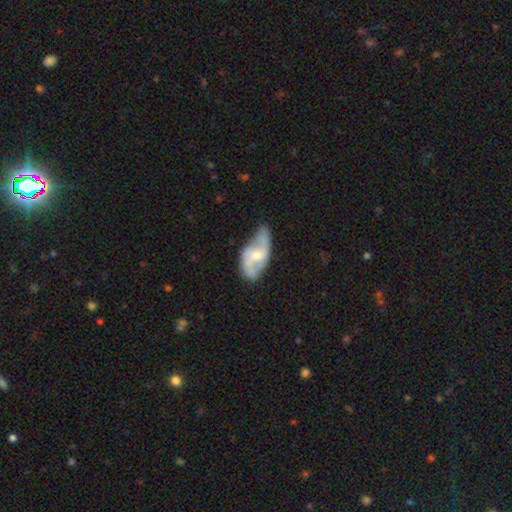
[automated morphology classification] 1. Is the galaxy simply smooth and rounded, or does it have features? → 71% featured or disk, 24% smooth, 6% star or artifact.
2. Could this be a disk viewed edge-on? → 95% no, 5% yes.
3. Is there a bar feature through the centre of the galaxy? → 46% weak, 41% no, 13% strong.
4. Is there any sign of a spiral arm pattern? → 87% yes, 13% no.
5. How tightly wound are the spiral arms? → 54% loose, 35% medium, 11% tight.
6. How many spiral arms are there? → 84% 2, 8% can't tell, 3% 1, 2% 3, 1% 4, 1% more than 4.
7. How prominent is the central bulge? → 54% moderate, 40% small, 3% large, 3% none, 1% dominant.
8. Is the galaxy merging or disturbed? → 51% none, 33% minor disturbance, 13% major disturbance, 3% merger.